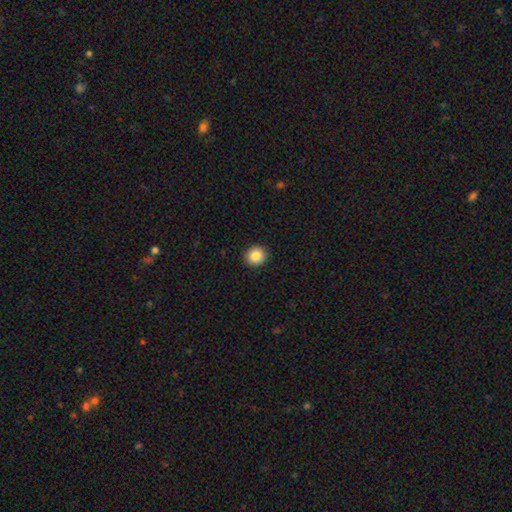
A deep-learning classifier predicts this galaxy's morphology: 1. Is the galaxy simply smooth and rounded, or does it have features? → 86% smooth, 9% star or artifact, 5% featured or disk.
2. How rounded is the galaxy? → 87% round, 12% in between, 1% cigar-shaped.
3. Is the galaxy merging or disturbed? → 93% none, 5% minor disturbance, 2% major disturbance, 1% merger.